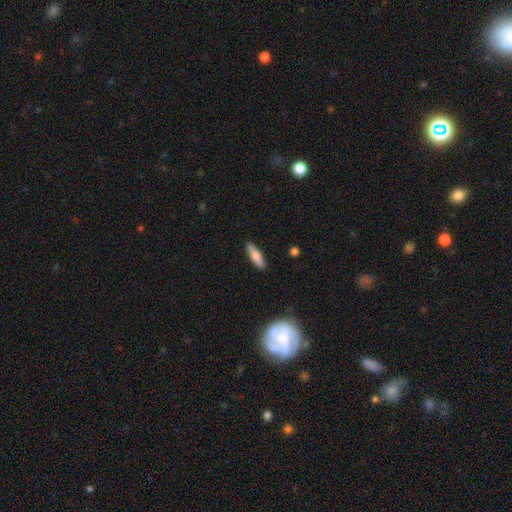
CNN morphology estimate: This is likely a smooth galaxy (67%). How rounded: likely cigar-shaped (63%). Merging: clearly none (88%).